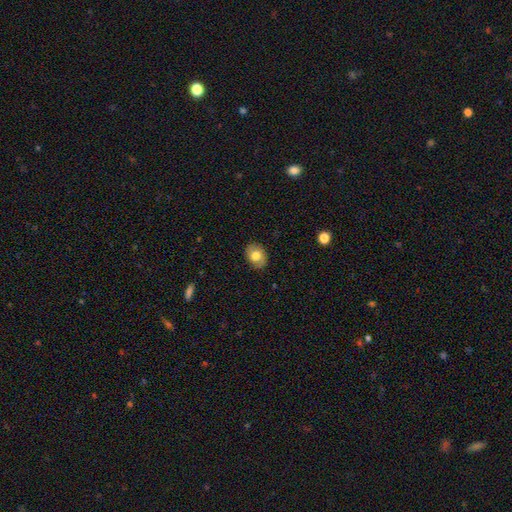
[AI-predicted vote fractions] smooth-or-featured: smooth: 72% | featured or disk: 20% | star or artifact: 8%
  how-rounded: in between: 60% | round: 39% | cigar-shaped: 1%
  merging: none: 83% | minor disturbance: 13% | major disturbance: 3% | merger: 1%